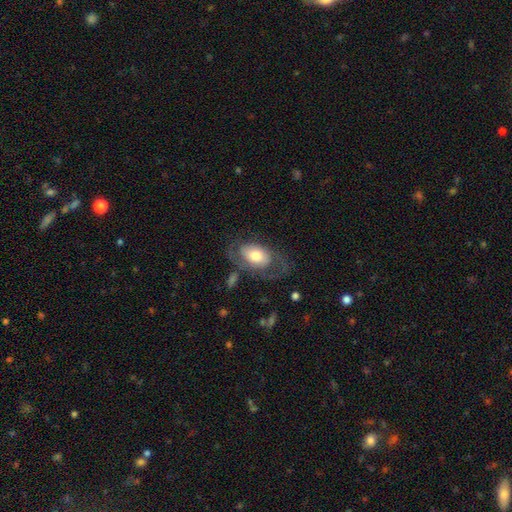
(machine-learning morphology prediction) This is possibly a featured or disk galaxy (49%). Merging: possibly none (48%).